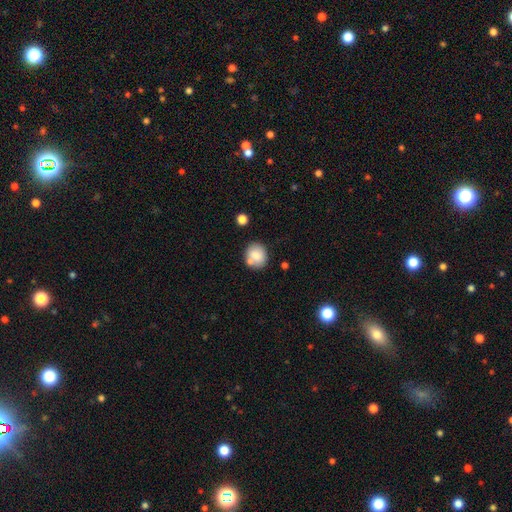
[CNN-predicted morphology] type=smooth (80%); roundness=round (72%); merging=none (67%).